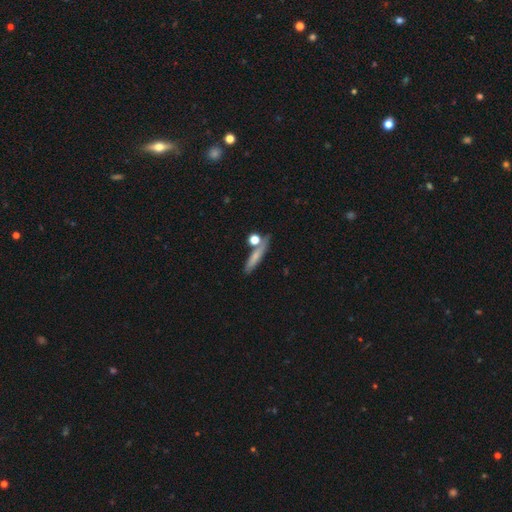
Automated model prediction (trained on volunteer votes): This appears to be a smooth galaxy with no disk features (67%) that is cigar-shaped (74%). Merging: none (69%).